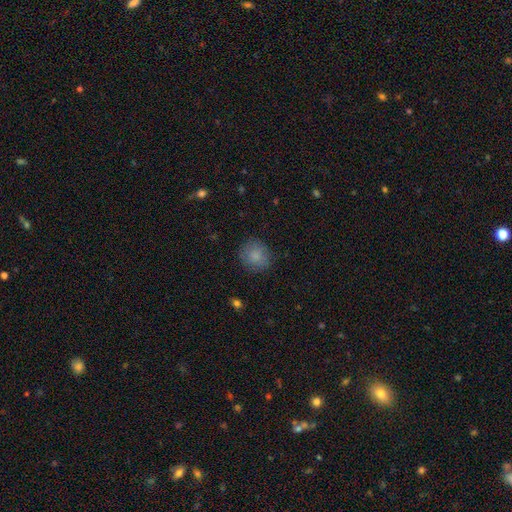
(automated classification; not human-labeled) Smooth or featured: smooth — 84% (star or artifact — 8%)
How rounded: round — 86% (in between — 13%)
Merging: none — 82% (minor disturbance — 13%)